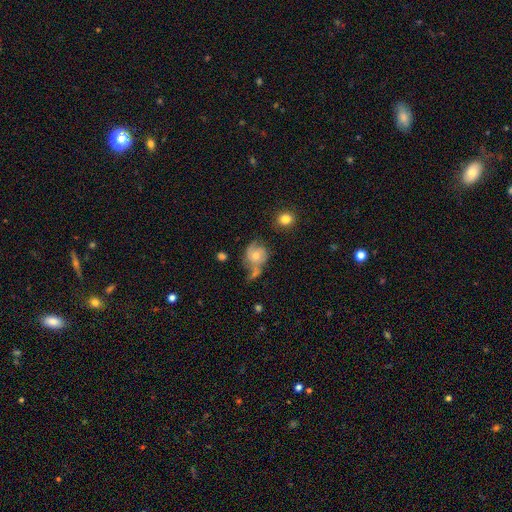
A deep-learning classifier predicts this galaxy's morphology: The model was most divided on "spiral winding": medium: 42%, tight: 32%, loose: 25%. Remaining: edge-on disk — no (97%); spiral arms — yes (85%); bar — no (74%); smooth or featured — featured or disk (62%); spiral arm count — 2 (58%); bulge size — moderate (57%); merging — none (41%).